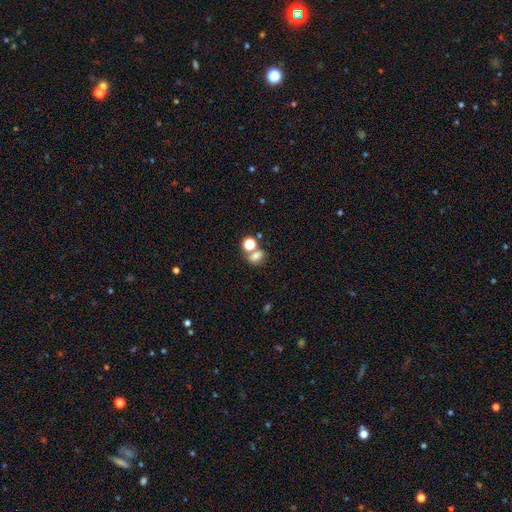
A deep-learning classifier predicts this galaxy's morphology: A smooth galaxy with no disk features (71%) that is in between round and cigar-shaped (58%). Merging: none (46%).